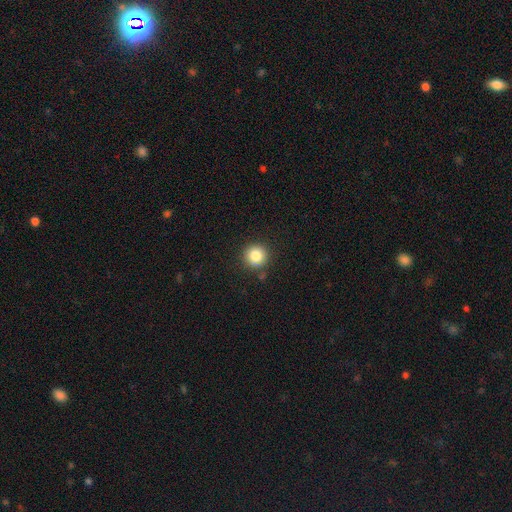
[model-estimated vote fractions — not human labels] A smooth galaxy with no disk features (84%) that is round (94%). Merging: none (88%).